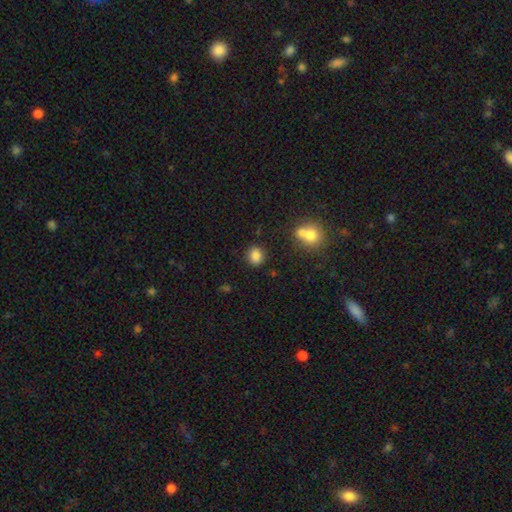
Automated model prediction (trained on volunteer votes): smooth-or-featured: smooth: 85% | star or artifact: 10% | featured or disk: 5%
  how-rounded: round: 68% | in between: 31% | cigar-shaped: 1%
  merging: none: 84% | minor disturbance: 9% | merger: 4% | major disturbance: 3%